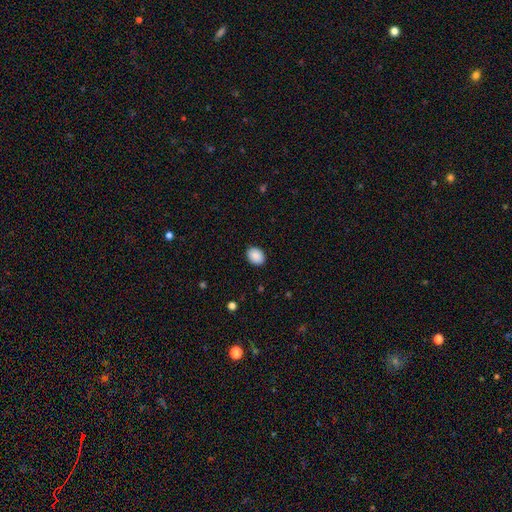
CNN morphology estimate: A smooth galaxy with no disk features (89%) that is in between round and cigar-shaped (64%).

Vote fractions:
- Smooth or featured? smooth: 89% / star or artifact: 7% / featured or disk: 3%
- How rounded? in between: 64% / round: 35% / cigar-shaped: 1%
- Merging? none: 90% / minor disturbance: 7% / major disturbance: 2% / merger: 1%